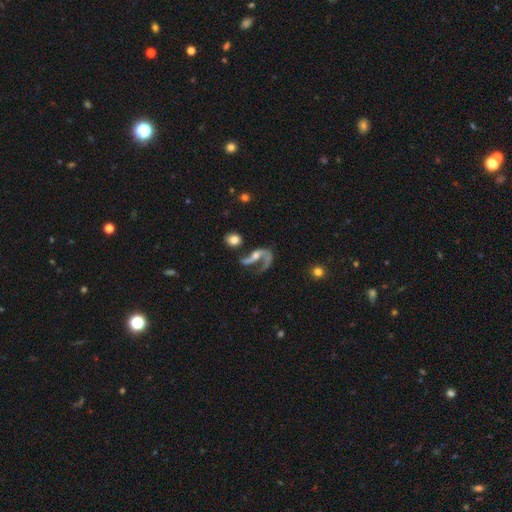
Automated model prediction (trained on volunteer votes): This is likely a featured or disk galaxy (79%). It is clearly not viewed edge-on (95%). Bar: possibly no (48%). Spiral arm pattern: clearly yes (89%). Spiral arm count: possibly 2 (55%). Spiral winding: likely loose (73%). Central bulge: possibly small (46%). Merging: marginally major disturbance (36%).